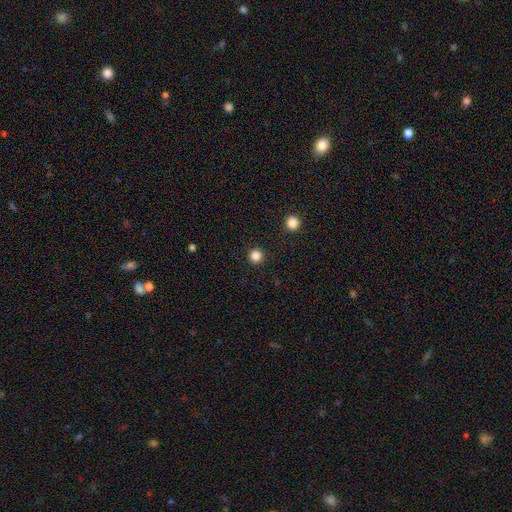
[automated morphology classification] Smooth or featured? Predicted: smooth (p=0.84). How rounded? Predicted: round (p=0.96). Merging? Predicted: none (p=0.92).